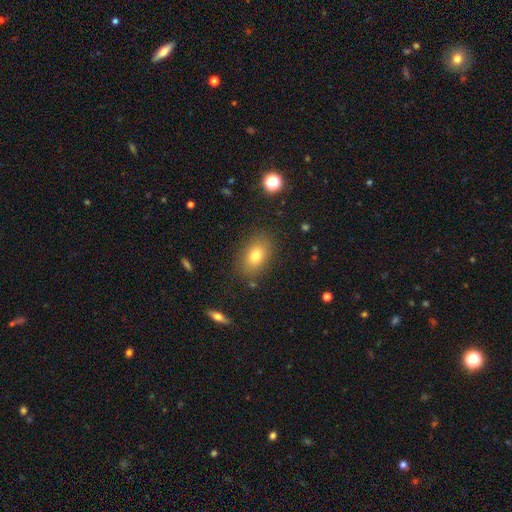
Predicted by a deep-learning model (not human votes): smooth 76%, featured or disk 13%, star or artifact 11%. Down the decision tree: how rounded — in between (82%); merging — none (84%).